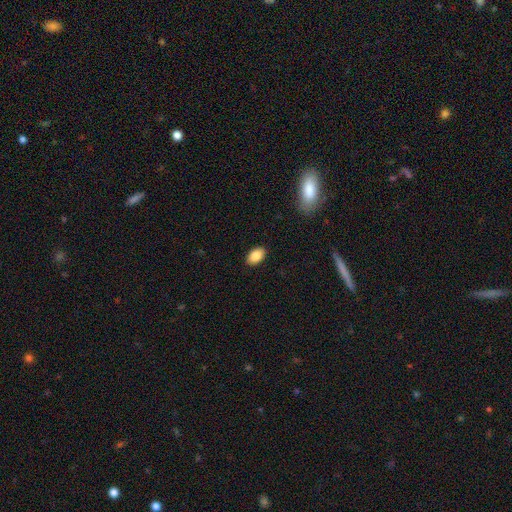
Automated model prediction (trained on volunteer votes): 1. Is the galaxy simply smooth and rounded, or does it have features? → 87% smooth, 7% star or artifact, 6% featured or disk.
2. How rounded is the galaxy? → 91% in between, 7% round, 1% cigar-shaped.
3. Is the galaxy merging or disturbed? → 89% none, 8% minor disturbance, 2% major disturbance, 1% merger.